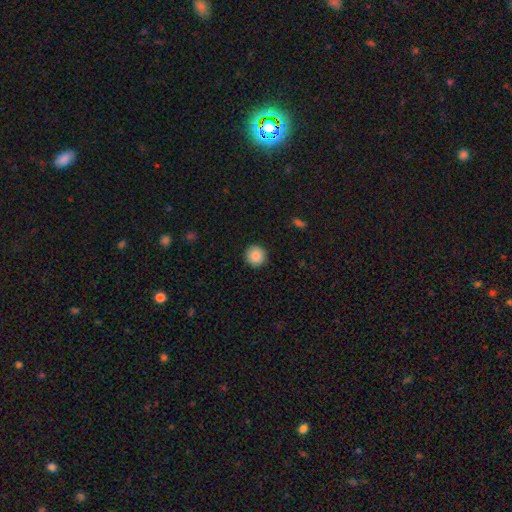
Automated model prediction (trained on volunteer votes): Morphology: type=smooth (87%); roundness=round (94%); merging=none (91%).